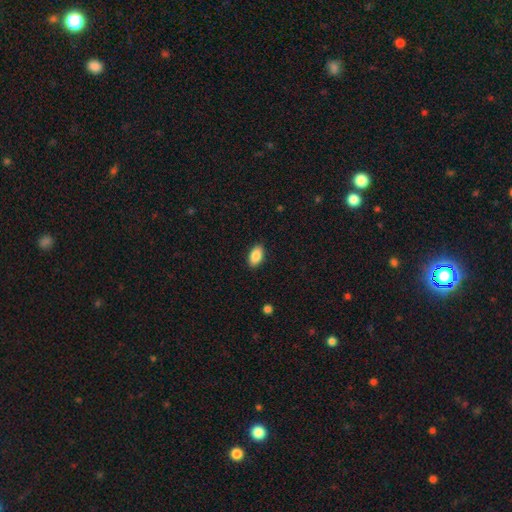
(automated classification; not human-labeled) This is clearly a smooth galaxy (88%). How rounded: clearly in between (93%). Merging: clearly none (89%).